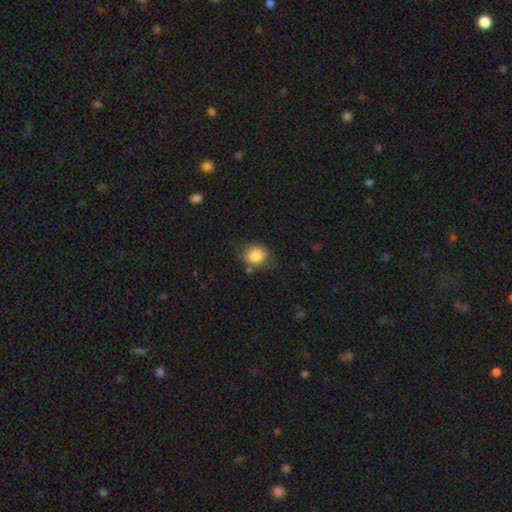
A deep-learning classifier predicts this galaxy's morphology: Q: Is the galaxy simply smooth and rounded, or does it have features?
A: smooth — 85%.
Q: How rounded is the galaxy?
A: round — 78%.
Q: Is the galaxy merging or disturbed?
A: none — 71%.